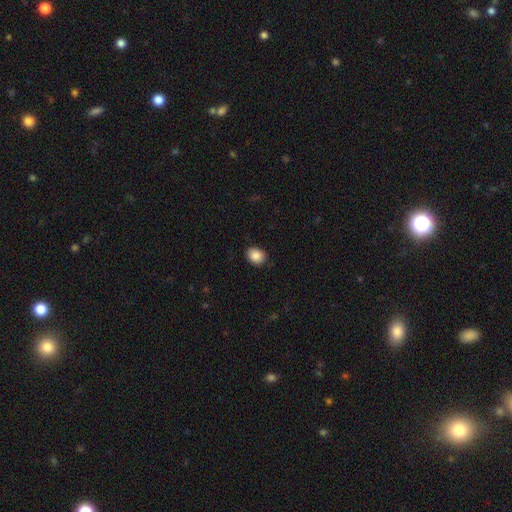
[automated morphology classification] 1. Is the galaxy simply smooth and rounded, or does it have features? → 87% smooth, 8% star or artifact, 4% featured or disk.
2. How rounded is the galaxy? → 55% round, 44% in between, 1% cigar-shaped.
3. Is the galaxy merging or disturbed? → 85% none, 12% minor disturbance, 2% major disturbance, 1% merger.